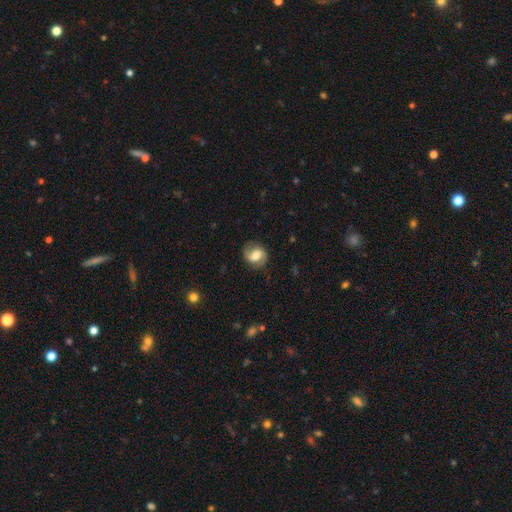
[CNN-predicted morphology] Smooth or featured?
  - featured or disk: 59% *
  - smooth: 33%
  - star or artifact: 8%
Edge-on disk?
  - no: 97% *
  - yes: 3%
Bar?
  - weak: 45% *
  - no: 33%
  - strong: 22%
Spiral arms?
  - yes: 88% *
  - no: 12%
Spiral winding?
  - medium: 45% *
  - loose: 32%
  - tight: 23%
Spiral arm count?
  - 2: 88% *
  - can't tell: 5%
  - 1: 4%
  - 3: 1%
  - 4: 1%
  - more than 4: 1%
Bulge size?
  - moderate: 56% *
  - large: 24%
  - small: 14%
  - none: 3%
  - dominant: 3%
Merging?
  - none: 79% *
  - minor disturbance: 15%
  - major disturbance: 5%
  - merger: 1%